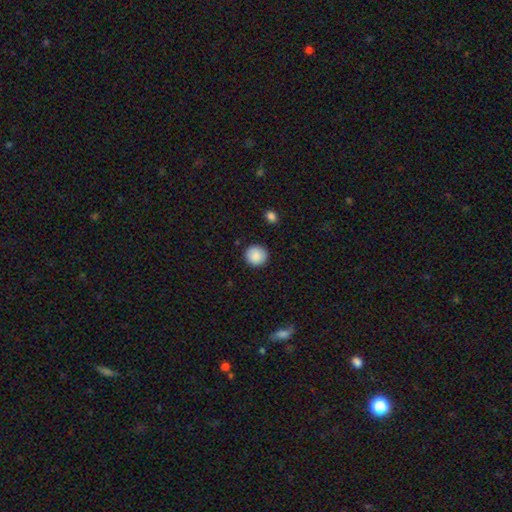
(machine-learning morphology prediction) Smooth or featured?
  - smooth: 89% *
  - star or artifact: 8%
  - featured or disk: 4%
How rounded?
  - round: 94% *
  - in between: 5%
  - cigar-shaped: 1%
Merging?
  - none: 90% *
  - minor disturbance: 6%
  - major disturbance: 2%
  - merger: 1%